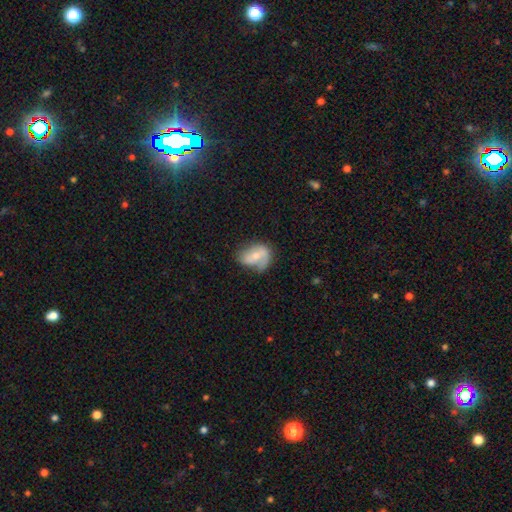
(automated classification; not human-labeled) This is possibly a featured or disk galaxy (52%). It is clearly not viewed edge-on (96%). Bar: possibly no (47%). Spiral arm pattern: likely yes (73%). Central bulge: possibly small (50%). Merging: marginally none (45%).